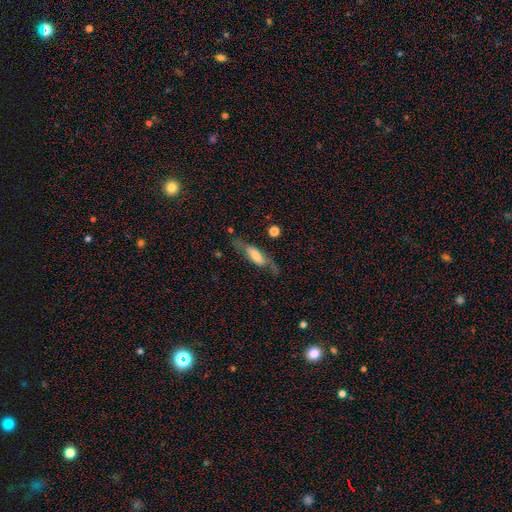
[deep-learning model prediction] Smooth or featured?
  - smooth: 48% *
  - featured or disk: 45%
  - star or artifact: 7%
Merging?
  - none: 59% *
  - minor disturbance: 23%
  - major disturbance: 15%
  - merger: 3%